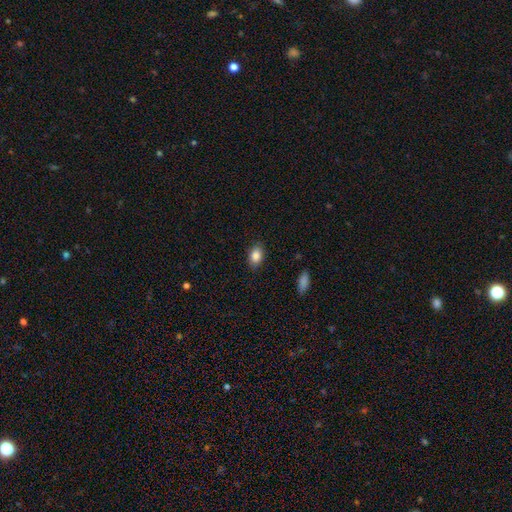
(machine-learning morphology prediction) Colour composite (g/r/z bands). It shows a smooth galaxy with no disk features (86%) that is in between round and cigar-shaped (85%). Merging: none (87%).